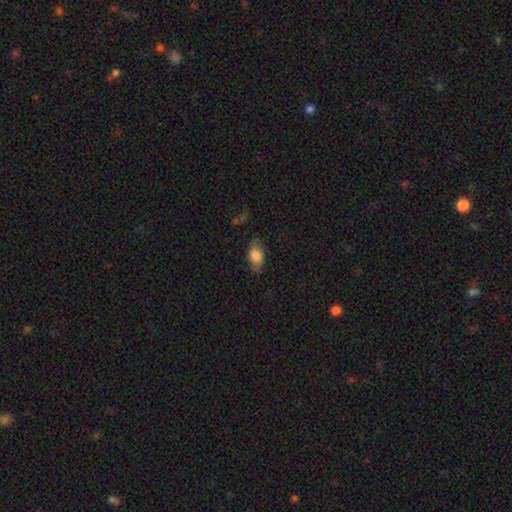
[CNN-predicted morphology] Overall: smooth (76%). How rounded: in between (88%). Merging: none (75%).